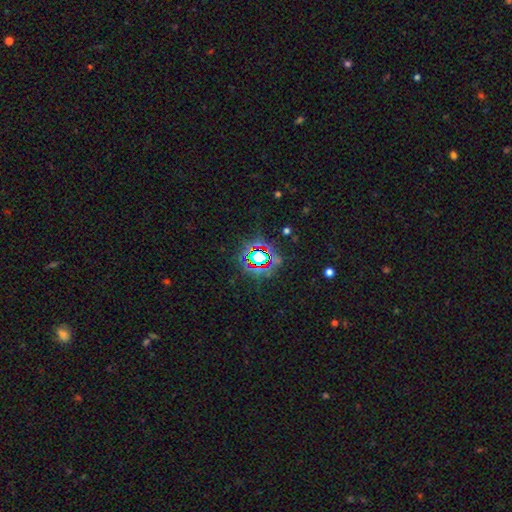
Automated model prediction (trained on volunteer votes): Smooth or featured?
  - star or artifact: 72% *
  - smooth: 17%
  - featured or disk: 11%